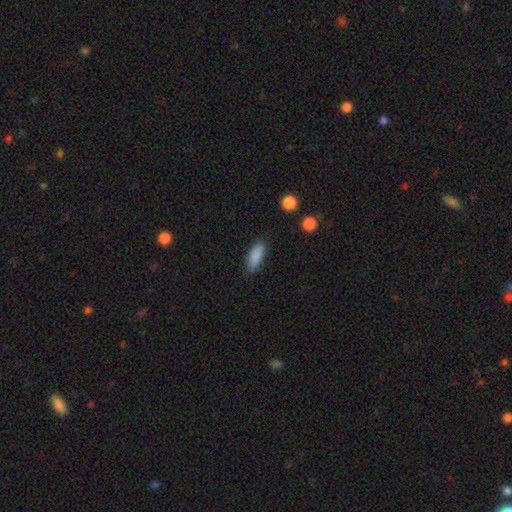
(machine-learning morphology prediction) This appears to be a smooth galaxy with no disk features (88%) that is in between round and cigar-shaped (65%). Merging: none (86%).